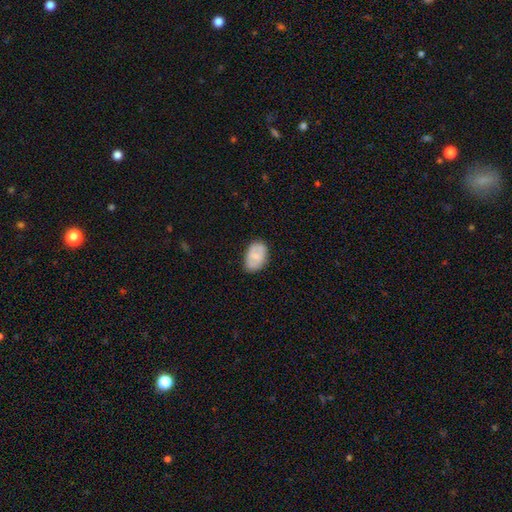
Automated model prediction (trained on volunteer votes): smooth-or-featured: smooth: 68% | featured or disk: 25% | star or artifact: 7%
  how-rounded: in between: 88% | round: 11% | cigar-shaped: 1%
  merging: none: 77% | minor disturbance: 18% | major disturbance: 4% | merger: 1%